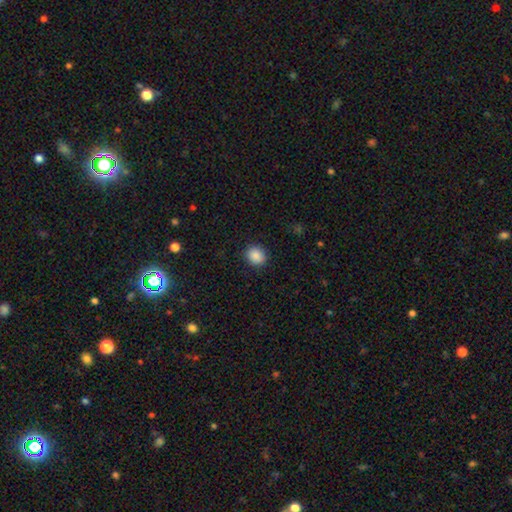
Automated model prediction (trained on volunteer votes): Q: Smooth or featured?
A: smooth (89%); runner-up: star or artifact (9%)
Q: How rounded?
A: round (75%); runner-up: in between (24%)
Q: Merging?
A: none (90%); runner-up: minor disturbance (6%)